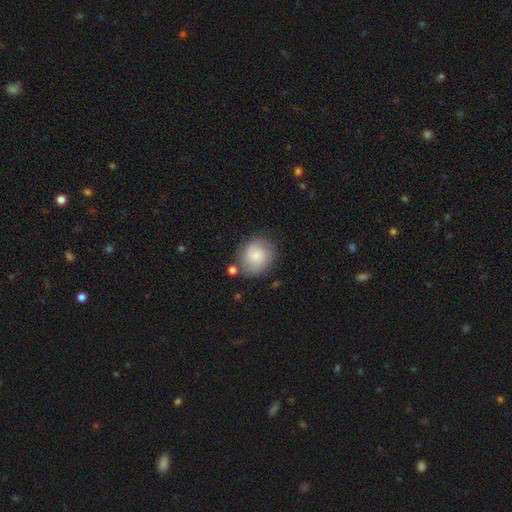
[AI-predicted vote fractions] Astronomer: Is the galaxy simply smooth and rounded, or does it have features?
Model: smooth — 78%.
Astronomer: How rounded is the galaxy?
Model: round — 78%.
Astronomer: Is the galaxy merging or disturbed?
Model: none — 74%.